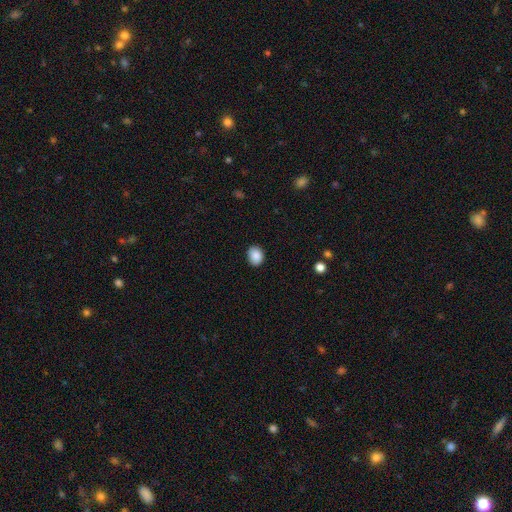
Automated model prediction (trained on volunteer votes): A smooth galaxy with no disk features (89%) that is in between round and cigar-shaped (54%). Merging: none (86%).